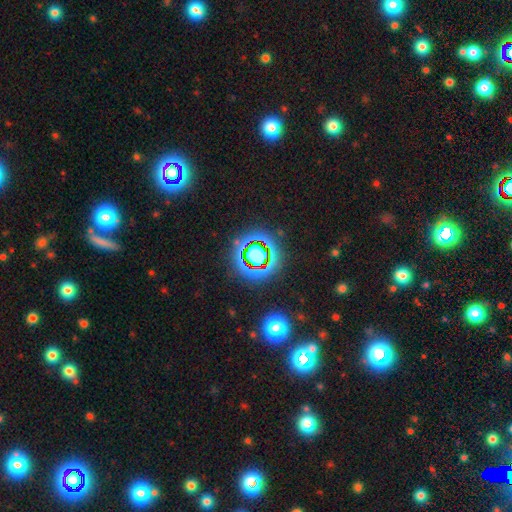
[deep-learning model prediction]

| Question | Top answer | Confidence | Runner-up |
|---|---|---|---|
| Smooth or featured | star or artifact | 72% | smooth (16%) |